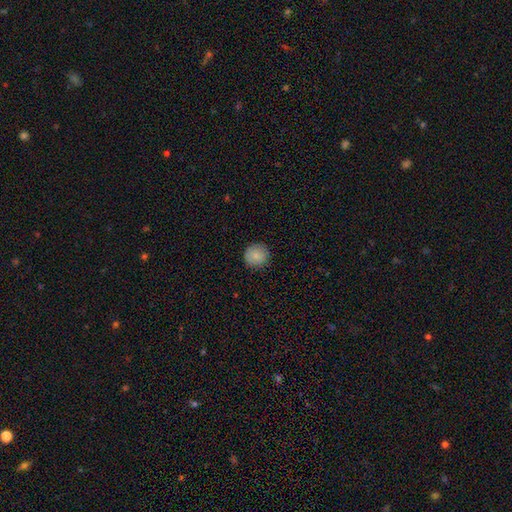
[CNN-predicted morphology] This is clearly a smooth galaxy (84%). How rounded: clearly round (93%). Merging: clearly none (88%).